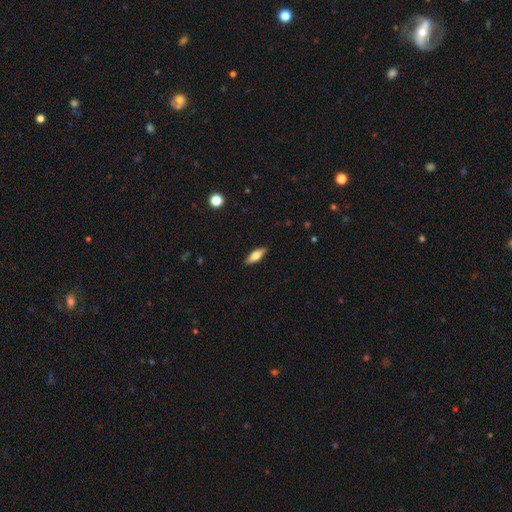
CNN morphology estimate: Q: Smooth or featured?
A: smooth (73%); runner-up: featured or disk (21%)
Q: How rounded?
A: in between (65%); runner-up: cigar-shaped (33%)
Q: Merging?
A: none (88%); runner-up: minor disturbance (9%)